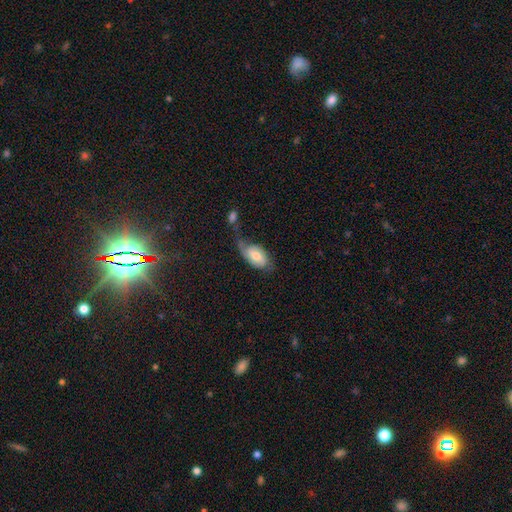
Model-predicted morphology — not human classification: A smooth galaxy with no disk features (48%). Merging: major disturbance (28%, tied with none).